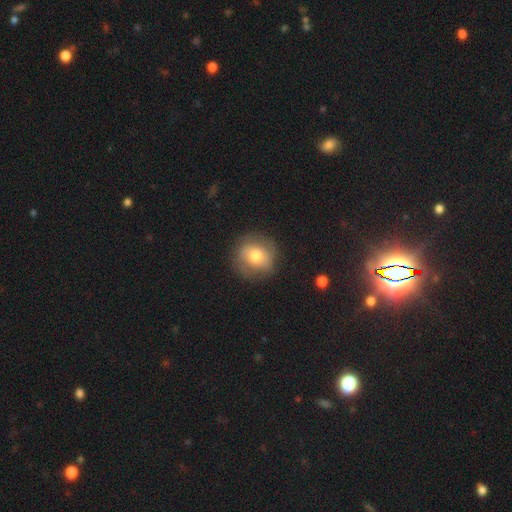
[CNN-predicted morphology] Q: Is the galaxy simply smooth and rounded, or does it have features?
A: smooth — 51%.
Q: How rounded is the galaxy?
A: round — 88%.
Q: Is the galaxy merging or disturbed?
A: none — 80%.